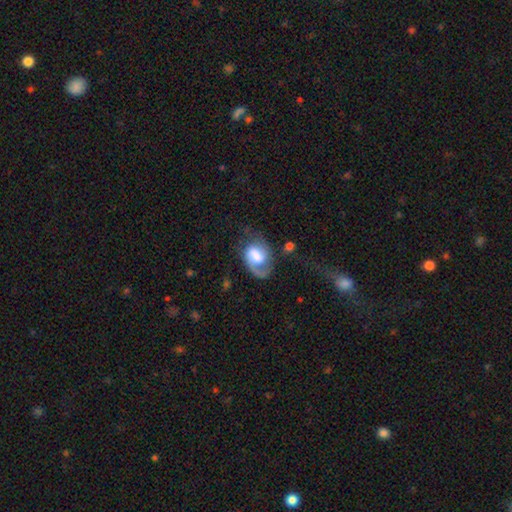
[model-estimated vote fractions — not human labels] smooth-or-featured: featured or disk: 62% | smooth: 30% | star or artifact: 7%
  disk-edge-on: no: 97% | yes: 3%
    bar: no: 48% | weak: 40% | strong: 11%
    has-spiral-arms: yes: 88% | no: 12%
      spiral-winding: medium: 41% | tight: 32% | loose: 27%
      spiral-arm-count: 1: 60% | 2: 30% | can't tell: 7% | 3: 1% | 4: 1% | more than 4: 1%
    bulge-size: large: 38% | moderate: 30% | small: 15% | none: 10% | dominant: 7%
  merging: none: 44% | major disturbance: 29% | minor disturbance: 24% | merger: 4%